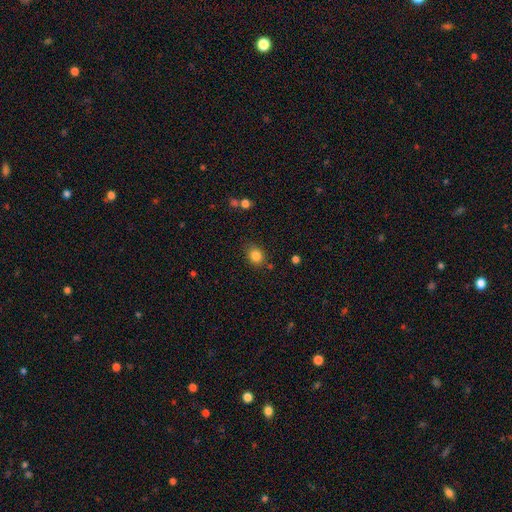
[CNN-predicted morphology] Q: Smooth or featured?
A: smooth (84%); runner-up: star or artifact (11%)
Q: How rounded?
A: round (66%); runner-up: in between (33%)
Q: Merging?
A: none (78%); runner-up: minor disturbance (15%)